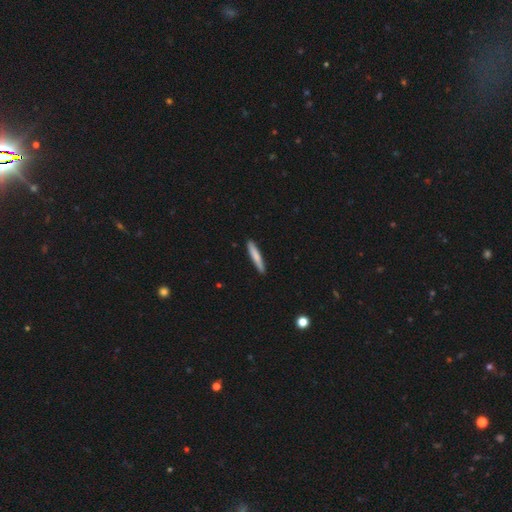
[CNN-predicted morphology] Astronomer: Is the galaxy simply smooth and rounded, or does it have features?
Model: smooth — 76%.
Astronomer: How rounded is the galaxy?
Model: cigar-shaped — 94%.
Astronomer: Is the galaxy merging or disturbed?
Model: none — 89%.